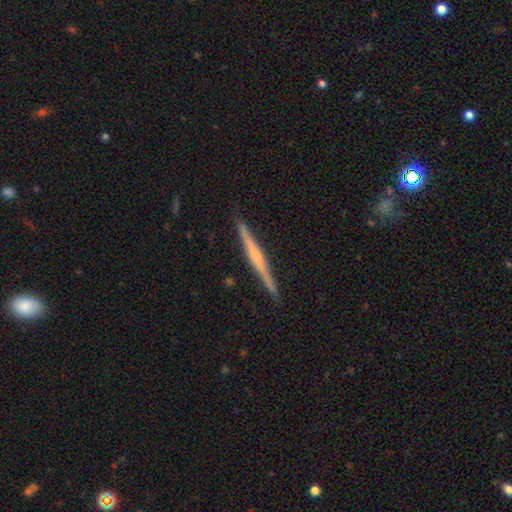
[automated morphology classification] smooth-or-featured: featured or disk: 69% | smooth: 26% | star or artifact: 6%
  disk-edge-on: yes: 98% | no: 2%
    edge-on-bulge: rounded: 42% | none: 41% | boxy: 17%
  merging: none: 91% | minor disturbance: 7% | major disturbance: 1% | merger: 1%